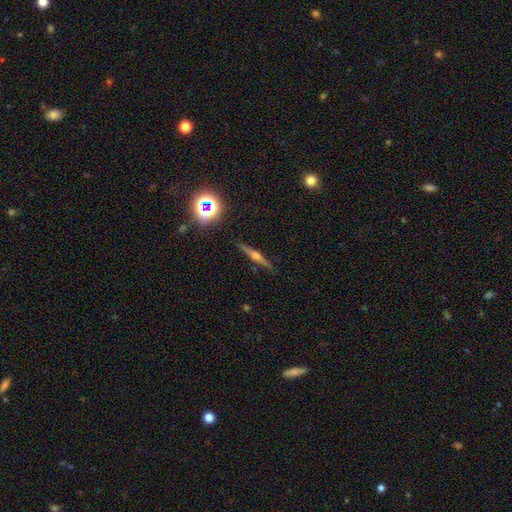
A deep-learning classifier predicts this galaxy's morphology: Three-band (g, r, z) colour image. It shows a featured or disk galaxy (74%) viewed edge-on (98%) with a rounded central bulge (90%). Merging: none (91%).